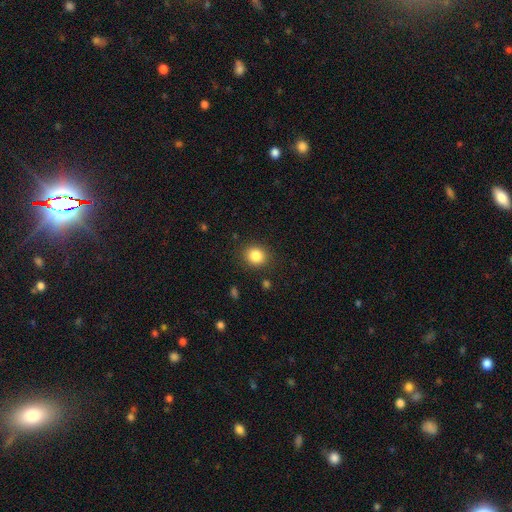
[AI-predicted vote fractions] Overall: smooth (85%). How rounded: round (78%). Merging: none (88%).